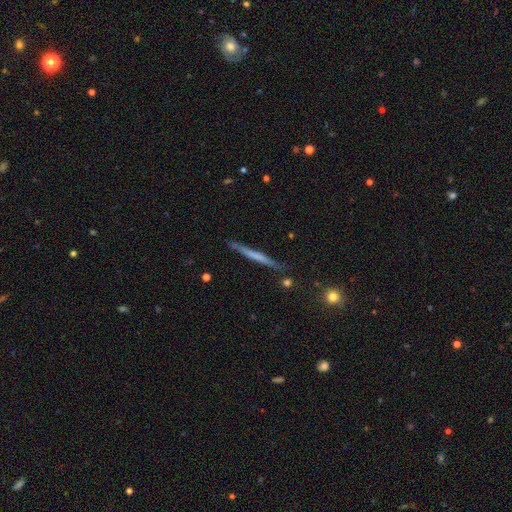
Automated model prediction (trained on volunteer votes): Smooth or featured? featured or disk (48%)
Merging? none (85%)